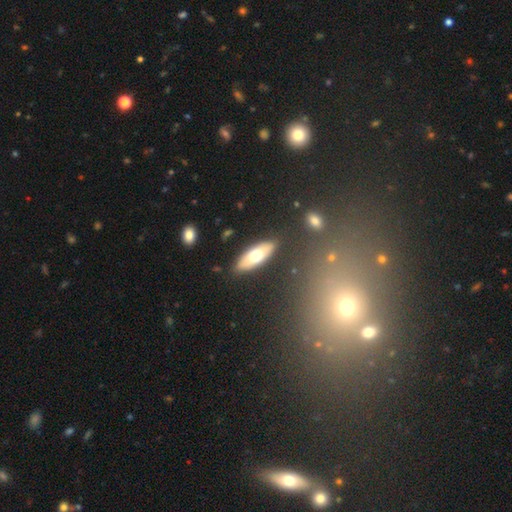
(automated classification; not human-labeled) smooth_or_featured: smooth (p=0.64) [alt: featured or disk p=0.30]
how_rounded: in between (p=0.70) [alt: cigar-shaped p=0.28]
merging: none (p=0.85) [alt: minor disturbance p=0.10]